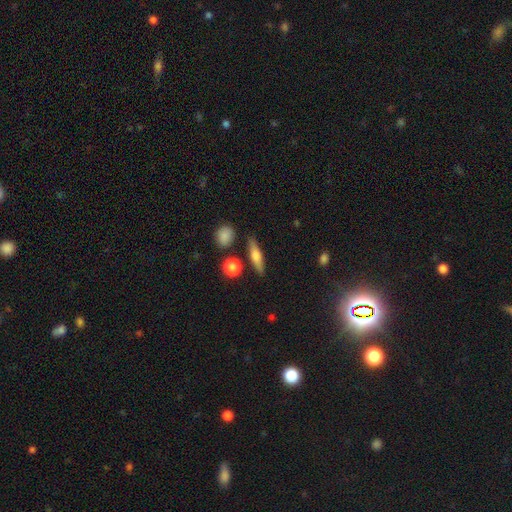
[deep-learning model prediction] Smooth or featured: smooth — 56% (featured or disk — 36%)
How rounded: cigar-shaped — 65% (in between — 27%)
Merging: none — 84% (minor disturbance — 9%)